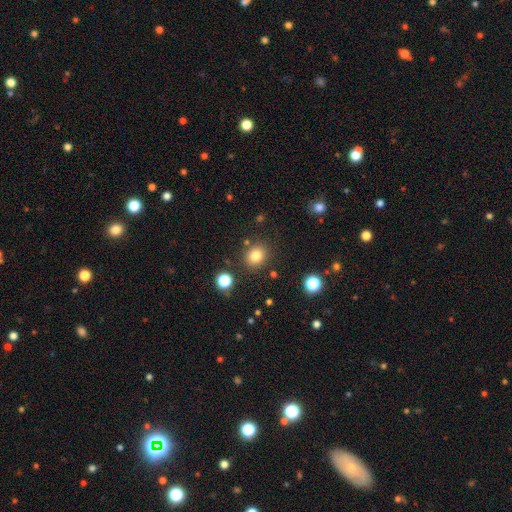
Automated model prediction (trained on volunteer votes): Smooth or featured? Predicted: smooth (p=0.81). How rounded? Predicted: round (p=0.78). Merging? Predicted: none (p=0.85).